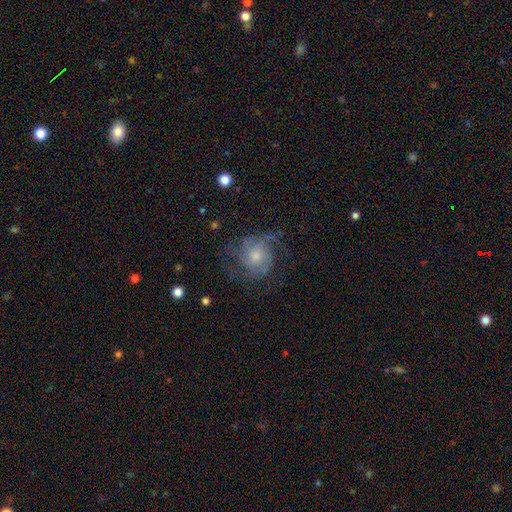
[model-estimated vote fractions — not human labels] Smooth or featured? Predicted: featured or disk (p=0.76). Edge-on disk? Predicted: no (p=0.98). Bar? Predicted: no (p=0.75). Spiral arms? Predicted: yes (p=0.92). Spiral winding? Predicted: medium (p=0.44). Spiral arm count? Predicted: 2 (p=0.31). Bulge size? Predicted: moderate (p=0.47). Merging? Predicted: none (p=0.62).